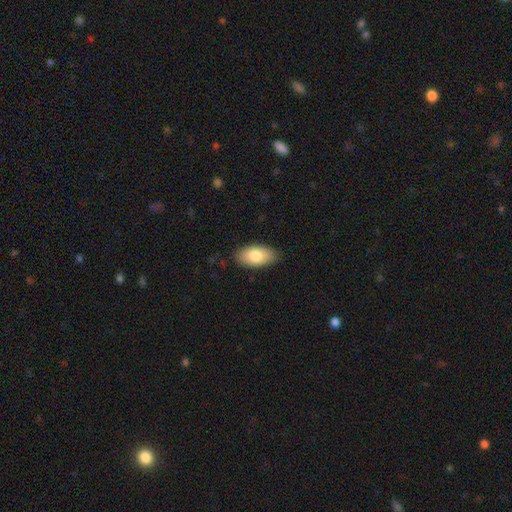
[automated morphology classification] A smooth galaxy with no disk features (82%) that is in between round and cigar-shaped (94%). Merging: none (84%).